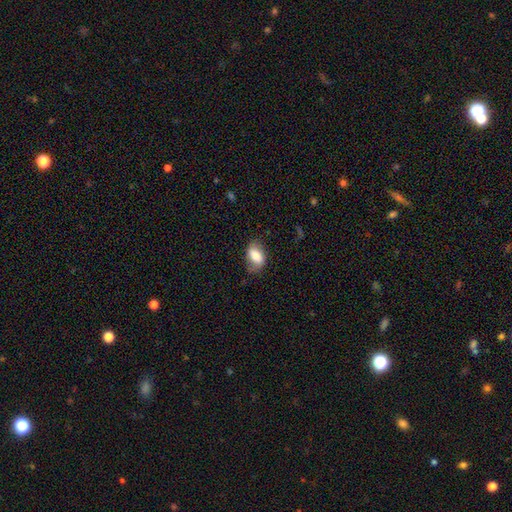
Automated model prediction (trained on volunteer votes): Smooth or featured? Predicted: smooth (p=0.67). How rounded? Predicted: in between (p=0.87). Merging? Predicted: none (p=0.67).